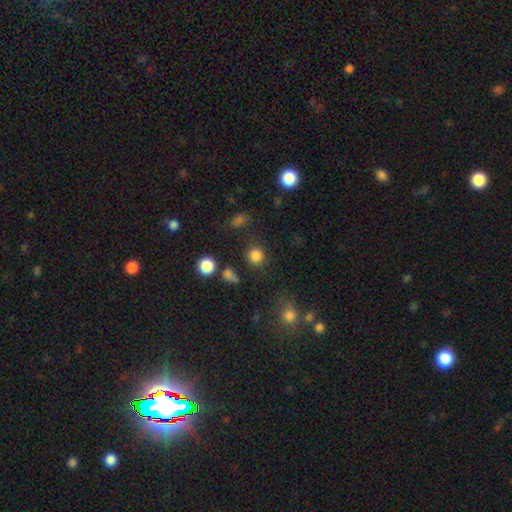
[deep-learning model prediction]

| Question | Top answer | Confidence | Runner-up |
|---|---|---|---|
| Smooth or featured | smooth | 82% | star or artifact (13%) |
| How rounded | round | 90% | in between (9%) |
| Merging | none | 82% | minor disturbance (9%) |